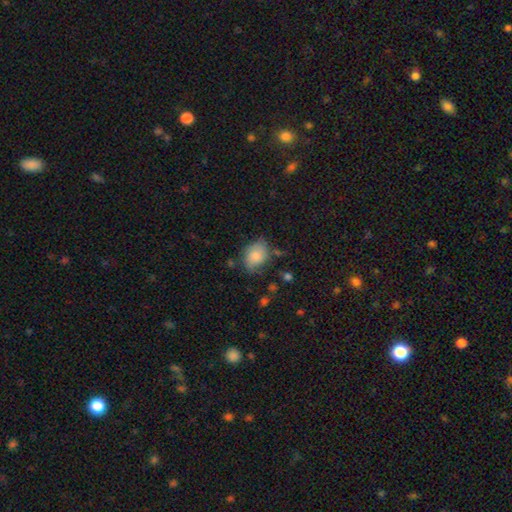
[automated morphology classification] Q: Smooth or featured?
A: smooth (75%); runner-up: featured or disk (17%)
Q: How rounded?
A: in between (70%); runner-up: round (29%)
Q: Merging?
A: none (58%); runner-up: minor disturbance (29%)